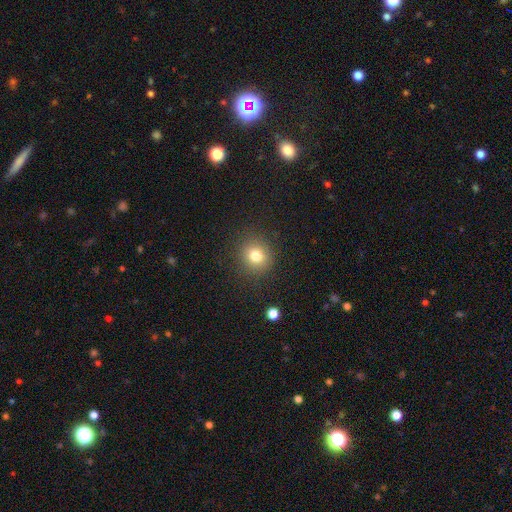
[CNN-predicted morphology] Smooth or featured? smooth (79%)
How rounded? round (87%)
Merging? none (88%)